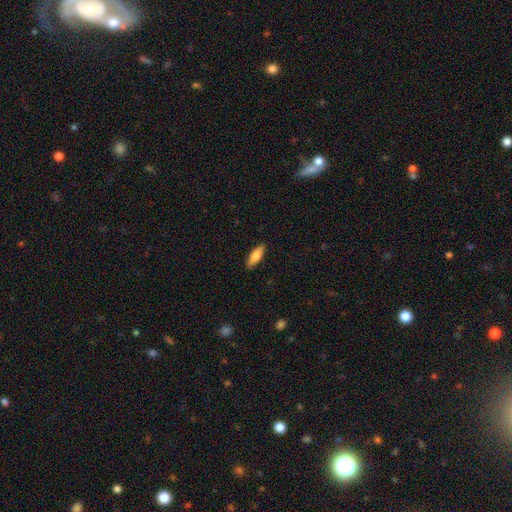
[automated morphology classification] A smooth galaxy with no disk features (72%) that is in between round and cigar-shaped (54%).

Vote fractions:
- Smooth or featured? smooth: 72% / featured or disk: 22% / star or artifact: 6%
- How rounded? in between: 54% / cigar-shaped: 44% / round: 2%
- Merging? none: 89% / minor disturbance: 8% / major disturbance: 2% / merger: 1%